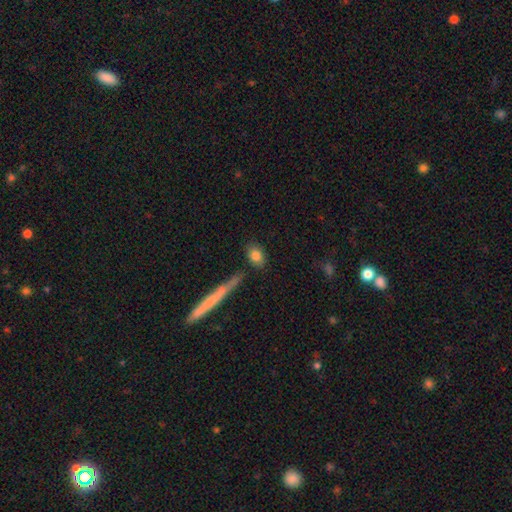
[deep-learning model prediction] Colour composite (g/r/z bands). It shows a smooth galaxy with no disk features (82%) that is in between round and cigar-shaped (74%). Merging: none (79%).